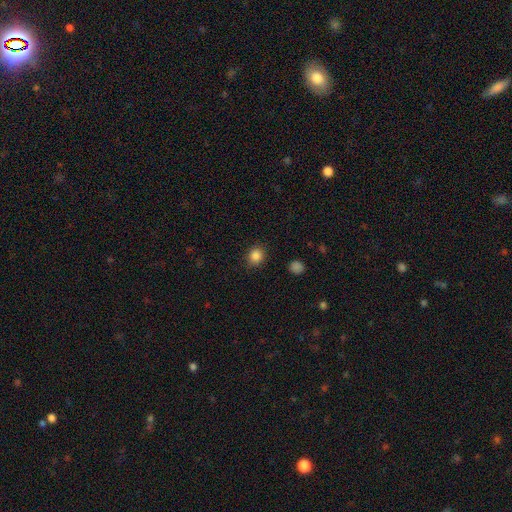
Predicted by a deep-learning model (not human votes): smooth_or_featured: smooth (p=0.86) [alt: star or artifact p=0.10]
how_rounded: round (p=0.79) [alt: in between p=0.20]
merging: none (p=0.88) [alt: minor disturbance p=0.08]